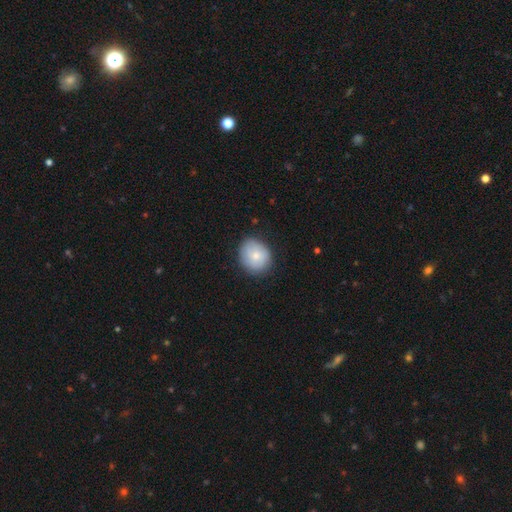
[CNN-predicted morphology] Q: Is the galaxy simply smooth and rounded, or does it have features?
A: smooth — 74%.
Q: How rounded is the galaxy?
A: round — 71%.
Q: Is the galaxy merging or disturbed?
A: none — 79%.